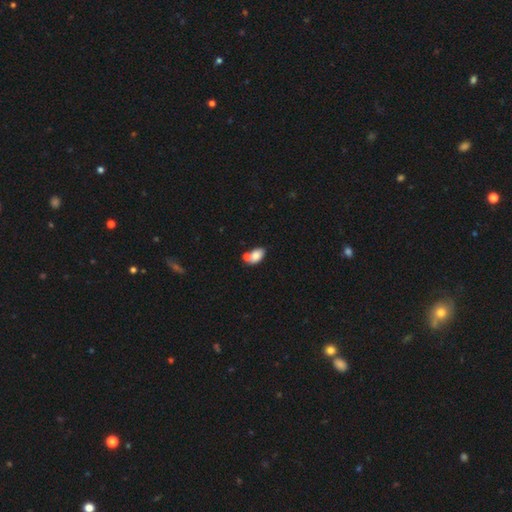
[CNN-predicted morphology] This is clearly a smooth galaxy (81%). How rounded: clearly in between (90%). Merging: marginally none (43%).